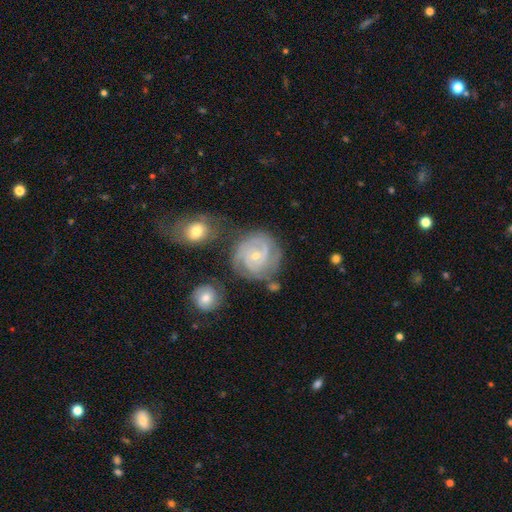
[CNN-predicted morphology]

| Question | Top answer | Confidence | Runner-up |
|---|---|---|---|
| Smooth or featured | featured or disk | 85% | smooth (9%) |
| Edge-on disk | no | 98% | yes (2%) |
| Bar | no | 64% | weak (29%) |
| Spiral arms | yes | 96% | no (4%) |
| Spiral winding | tight | 72% | medium (24%) |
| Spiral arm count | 2 | 34% | 3 (32%) |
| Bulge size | small | 62% | moderate (35%) |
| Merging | none | 64% | minor disturbance (19%) |